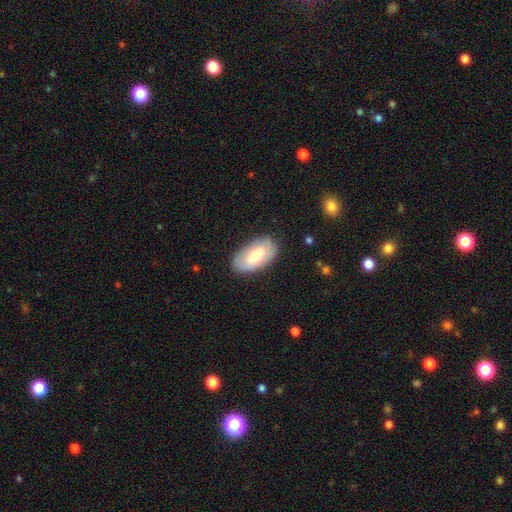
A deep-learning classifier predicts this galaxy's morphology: smooth_or_featured: smooth (p=0.61) [alt: featured or disk p=0.33]
how_rounded: in between (p=0.94) [alt: round p=0.03]
merging: none (p=0.83) [alt: minor disturbance p=0.13]